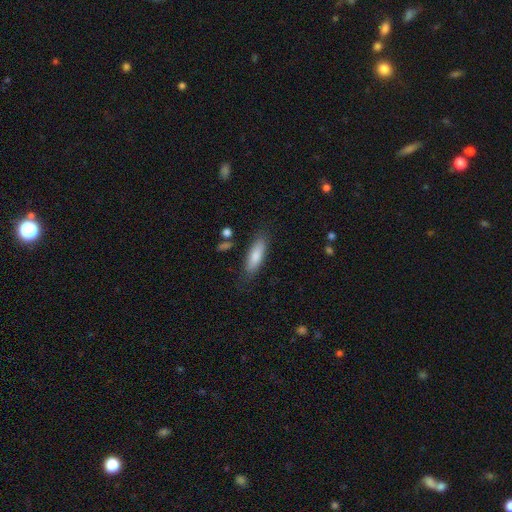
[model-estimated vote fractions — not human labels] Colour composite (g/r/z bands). It shows a smooth galaxy with no disk features (79%) that is in between round and cigar-shaped (54%). Merging: none (80%).